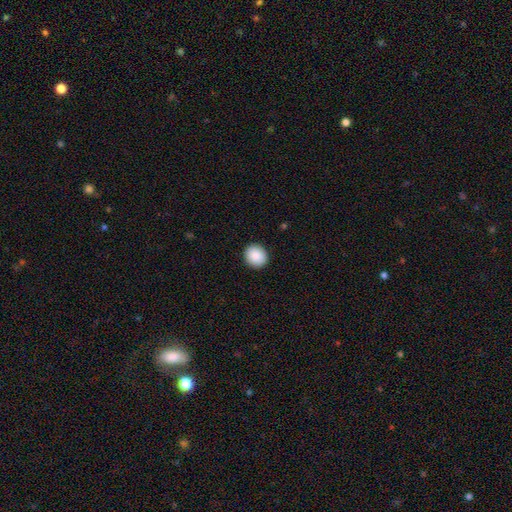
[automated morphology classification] A smooth galaxy with no disk features (89%) that is round (83%). Merging: none (92%).